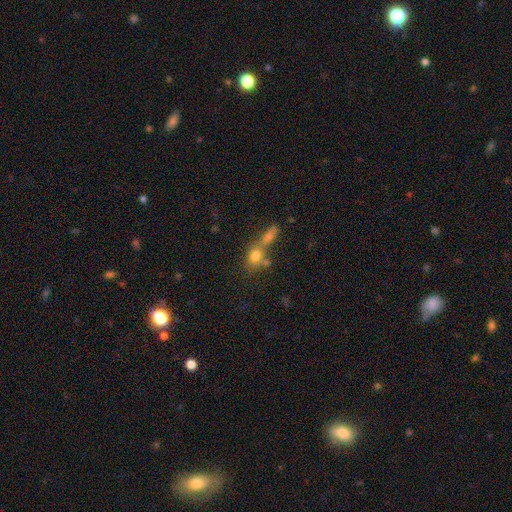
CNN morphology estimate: type=smooth (74%); roundness=round (58%); merging=merger (47%).